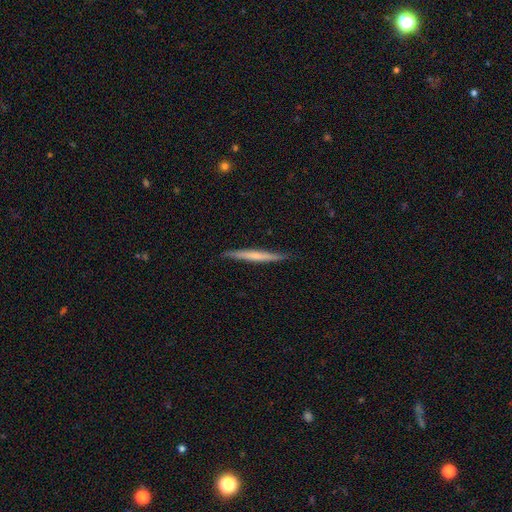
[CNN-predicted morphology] The model was most divided on "smooth or featured": smooth: 49%, featured or disk: 46%, star or artifact: 5%. More confident: merging — none (88%).